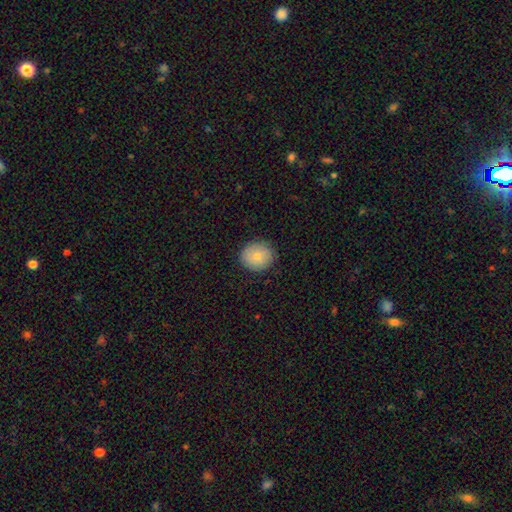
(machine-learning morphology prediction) This appears to be a smooth galaxy with no disk features (78%) that is round (77%). Merging: none (85%).